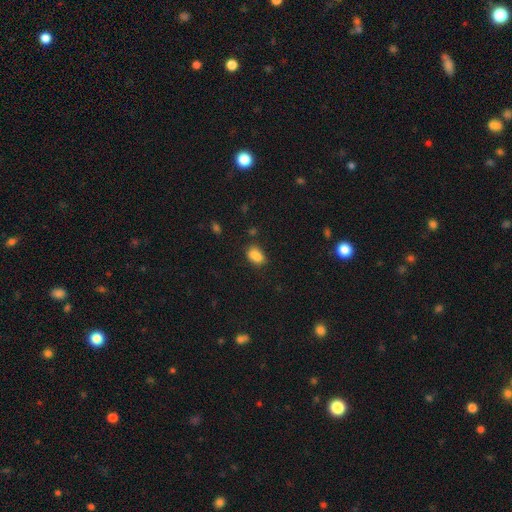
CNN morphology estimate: This is clearly a smooth galaxy (85%). How rounded: clearly in between (84%). Merging: likely none (69%).